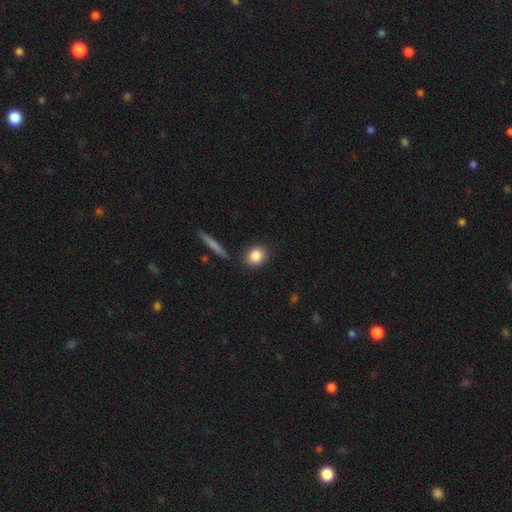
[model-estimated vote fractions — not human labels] This appears to be a smooth galaxy with no disk features (85%) that is round (64%). Merging: none (84%).